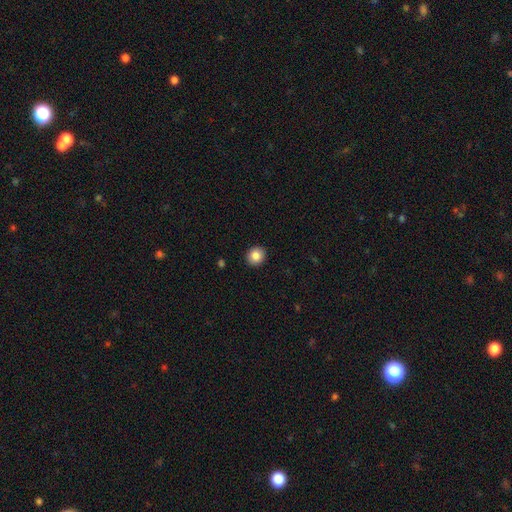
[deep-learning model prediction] Overall: smooth (85%). How rounded: round (80%). Merging: none (92%).